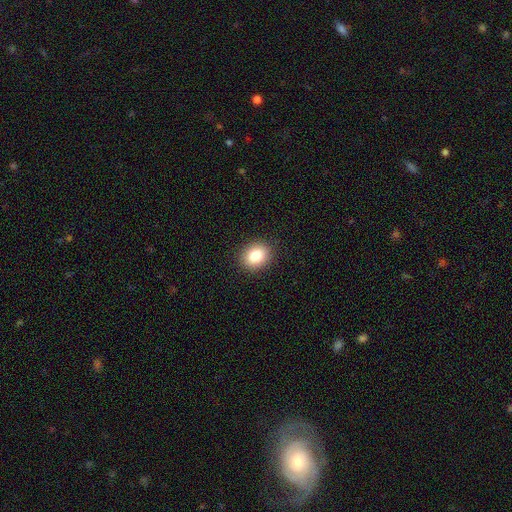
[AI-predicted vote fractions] smooth-or-featured: smooth: 84% | star or artifact: 10% | featured or disk: 7%
  how-rounded: in between: 50% | round: 49% | cigar-shaped: 1%
  merging: none: 90% | minor disturbance: 7% | major disturbance: 2% | merger: 1%